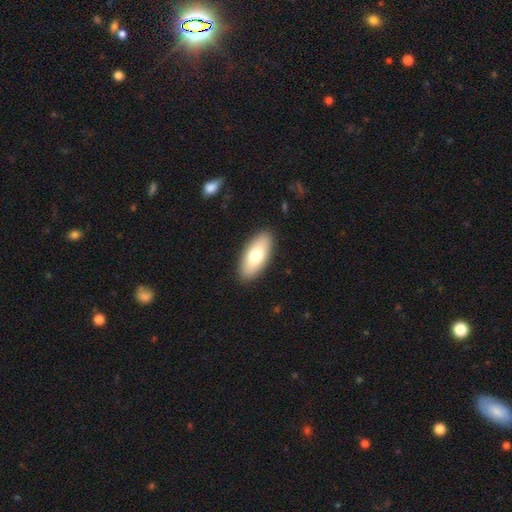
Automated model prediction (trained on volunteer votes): Morphology: type=smooth (74%); roundness=in between (86%); merging=none (90%).